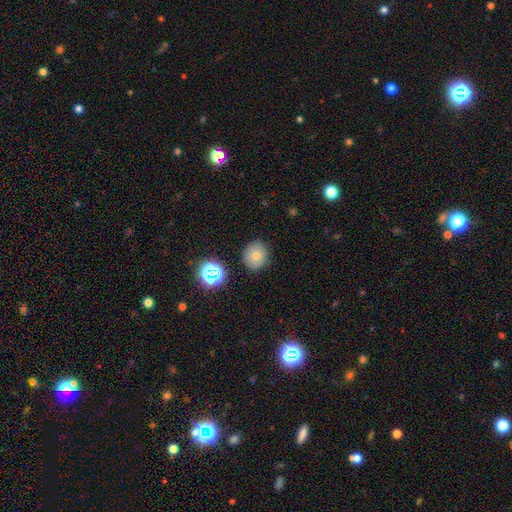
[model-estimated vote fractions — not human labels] Q: Smooth or featured?
A: smooth (73%); runner-up: star or artifact (15%)
Q: How rounded?
A: round (82%); runner-up: in between (17%)
Q: Merging?
A: none (86%); runner-up: minor disturbance (9%)